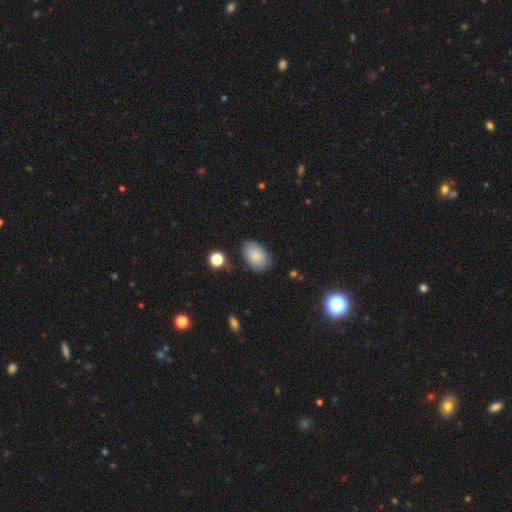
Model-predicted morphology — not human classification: A smooth galaxy with no disk features (85%) that is in between round and cigar-shaped (91%). Merging: none (75%).